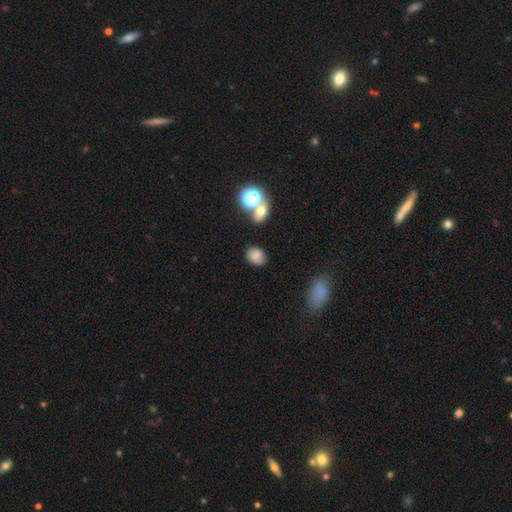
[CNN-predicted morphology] Overall: smooth (78%). How rounded: in between (52%; round 46%). Merging: none (76%).